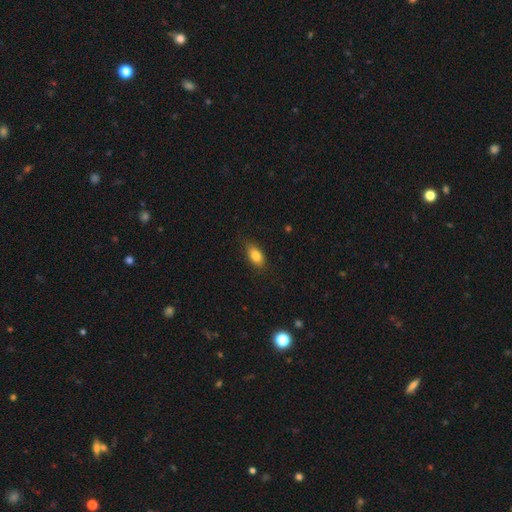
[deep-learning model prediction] Smooth or featured? Predicted: smooth (p=0.83). How rounded? Predicted: in between (p=0.86). Merging? Predicted: none (p=0.83).